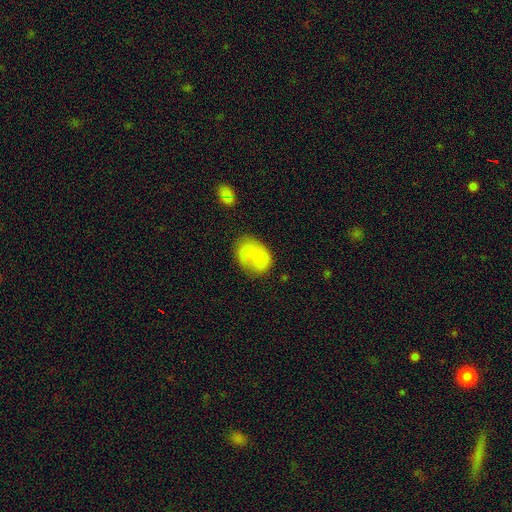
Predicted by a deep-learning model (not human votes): This appears to be a smooth galaxy with no disk features (47%). Merging: none (49%).